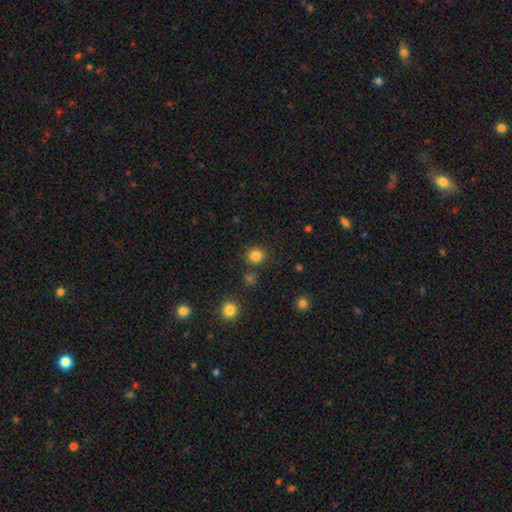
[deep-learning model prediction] Smooth or featured?
  - smooth: 83% *
  - star or artifact: 13%
  - featured or disk: 4%
How rounded?
  - round: 86% *
  - in between: 13%
  - cigar-shaped: 1%
Merging?
  - none: 85% *
  - minor disturbance: 8%
  - merger: 4%
  - major disturbance: 3%